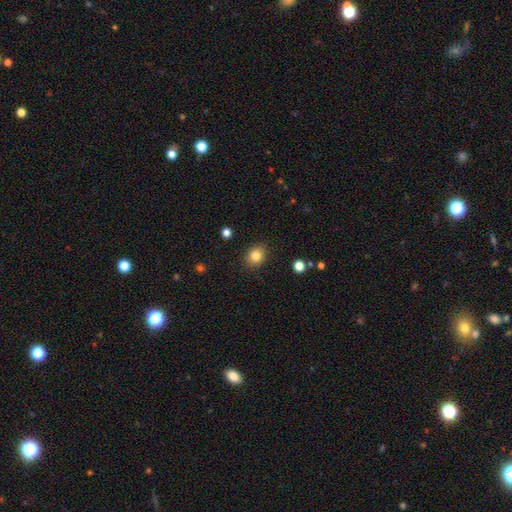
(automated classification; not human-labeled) Morphology: type=smooth (83%); roundness=round (60%); merging=none (87%).